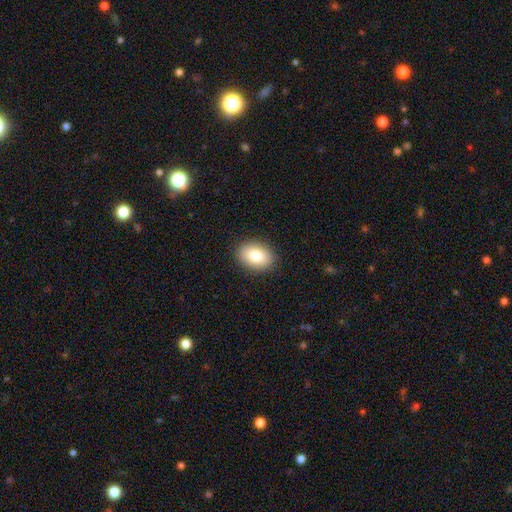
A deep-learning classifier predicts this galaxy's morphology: Overall: smooth (83%). How rounded: in between (80%). Merging: none (89%).